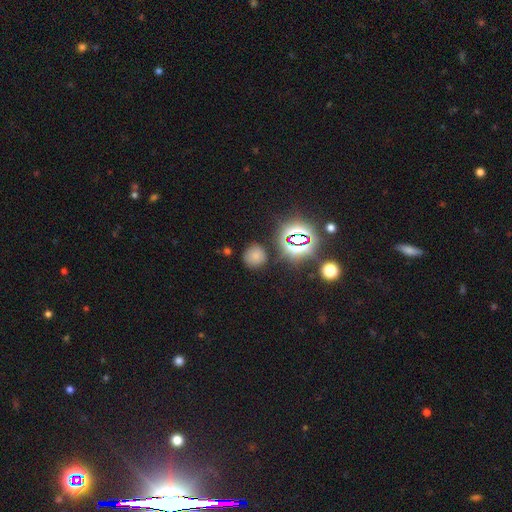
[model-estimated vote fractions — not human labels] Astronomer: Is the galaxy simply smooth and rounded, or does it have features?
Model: smooth — 66%.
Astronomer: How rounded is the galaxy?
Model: round — 89%.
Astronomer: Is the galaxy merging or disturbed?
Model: none — 81%.